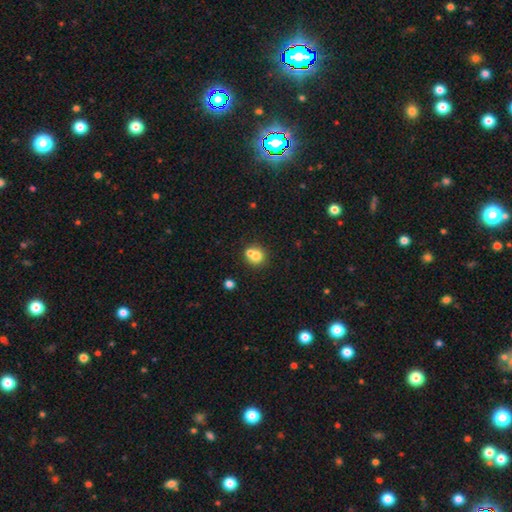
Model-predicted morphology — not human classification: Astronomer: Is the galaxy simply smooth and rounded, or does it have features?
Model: smooth — 72%.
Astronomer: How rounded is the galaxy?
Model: round — 81%.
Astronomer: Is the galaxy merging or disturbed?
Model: merger — 50% (runner-up: none, 40%).